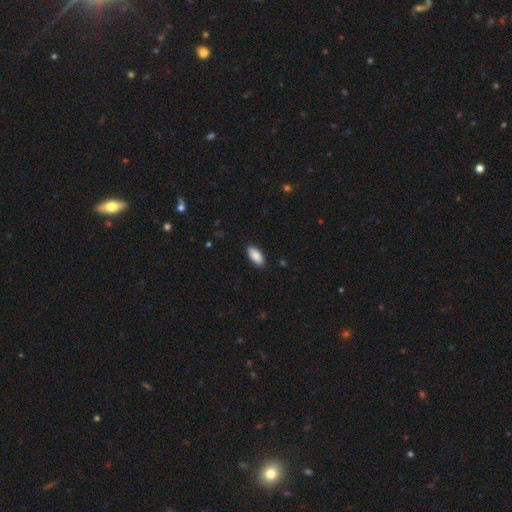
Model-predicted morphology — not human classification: The model was most divided on "merging": none: 89%, minor disturbance: 9%, major disturbance: 2%, merger: 1%. More confident: how rounded — in between (90%); smooth or featured — smooth (89%).